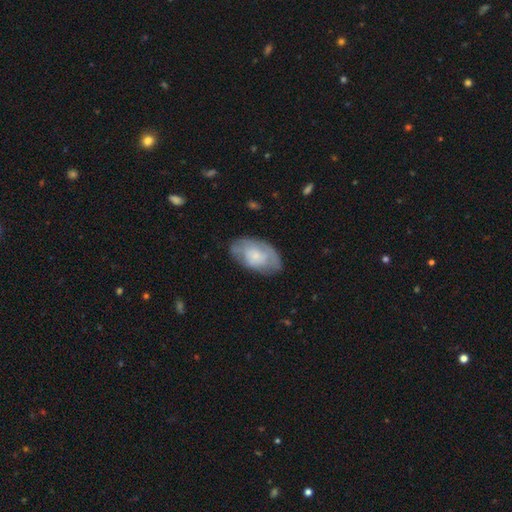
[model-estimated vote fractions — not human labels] Smooth or featured: smooth — 48% (featured or disk — 46%)
Merging: none — 69% (minor disturbance — 22%)